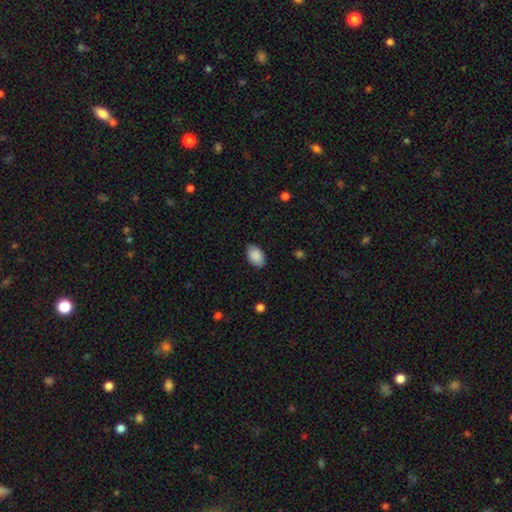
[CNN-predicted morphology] type=smooth (89%); roundness=in between (91%); merging=none (85%).